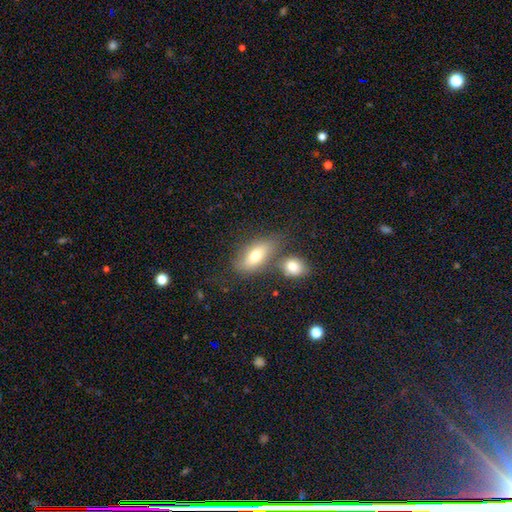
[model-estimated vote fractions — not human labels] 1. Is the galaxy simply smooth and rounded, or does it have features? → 70% smooth, 22% featured or disk, 9% star or artifact.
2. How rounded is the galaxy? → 82% in between, 11% cigar-shaped, 7% round.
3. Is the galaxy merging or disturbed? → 52% none, 29% merger, 14% minor disturbance, 6% major disturbance.